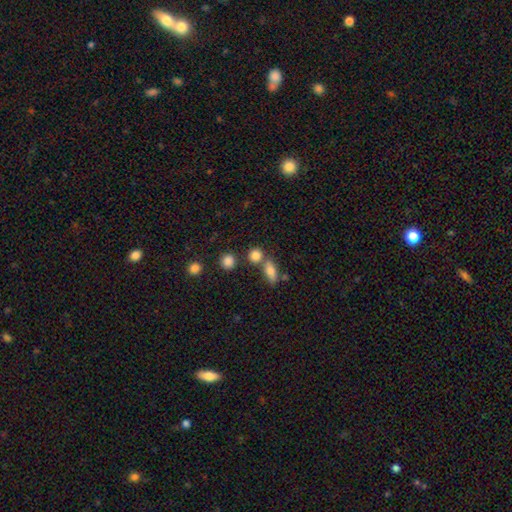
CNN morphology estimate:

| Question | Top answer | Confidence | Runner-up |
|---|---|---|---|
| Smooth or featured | smooth | 82% | star or artifact (11%) |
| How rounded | round | 74% | in between (23%) |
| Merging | none | 62% | merger (25%) |